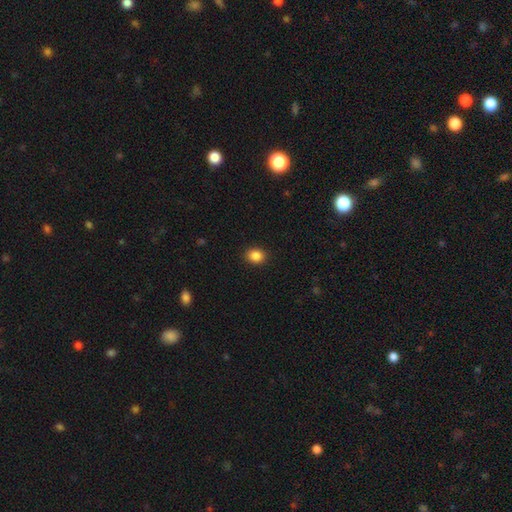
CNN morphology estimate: Smooth or featured?
  - smooth: 86% *
  - star or artifact: 10%
  - featured or disk: 4%
How rounded?
  - round: 62% *
  - in between: 37%
  - cigar-shaped: 1%
Merging?
  - none: 91% *
  - minor disturbance: 6%
  - major disturbance: 2%
  - merger: 1%